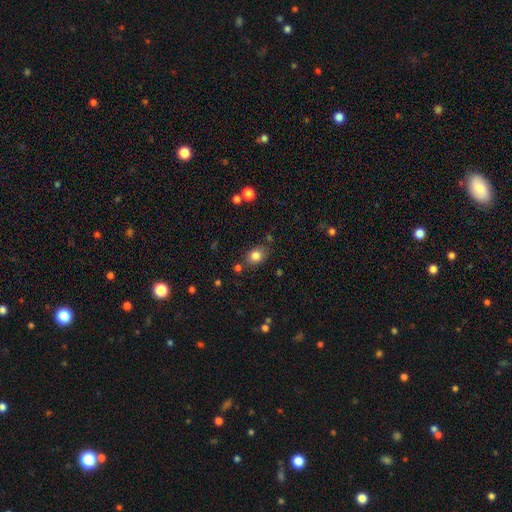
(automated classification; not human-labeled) A smooth galaxy with no disk features (82%) that is in between round and cigar-shaped (58%).

Vote fractions:
- Smooth or featured? smooth: 82% / star or artifact: 11% / featured or disk: 7%
- How rounded? in between: 58% / round: 41% / cigar-shaped: 1%
- Merging? none: 76% / minor disturbance: 14% / merger: 6% / major disturbance: 4%